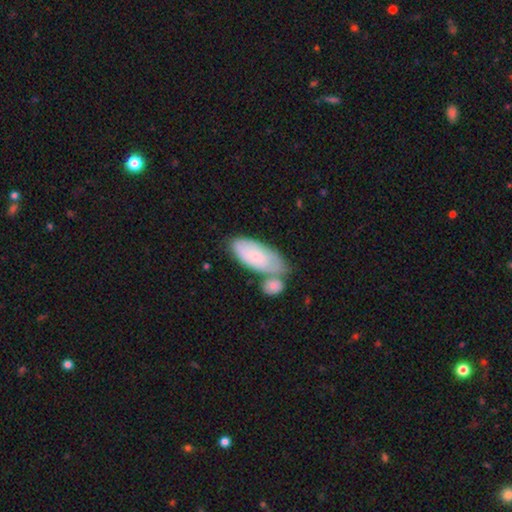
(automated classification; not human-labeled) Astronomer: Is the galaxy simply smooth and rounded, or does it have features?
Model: smooth — 66%.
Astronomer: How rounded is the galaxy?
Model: in between — 88%.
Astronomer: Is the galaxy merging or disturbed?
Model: merger — 39% (runner-up: none, 38%).